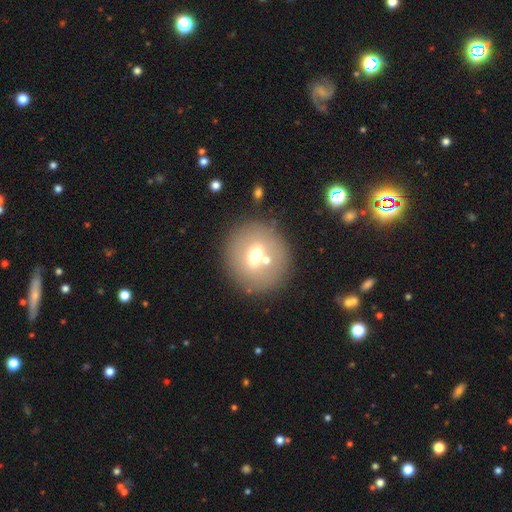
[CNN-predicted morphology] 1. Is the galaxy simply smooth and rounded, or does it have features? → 55% smooth, 33% featured or disk, 12% star or artifact.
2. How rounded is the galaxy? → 88% round, 11% in between, 1% cigar-shaped.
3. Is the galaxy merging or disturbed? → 76% none, 10% merger, 10% minor disturbance, 4% major disturbance.